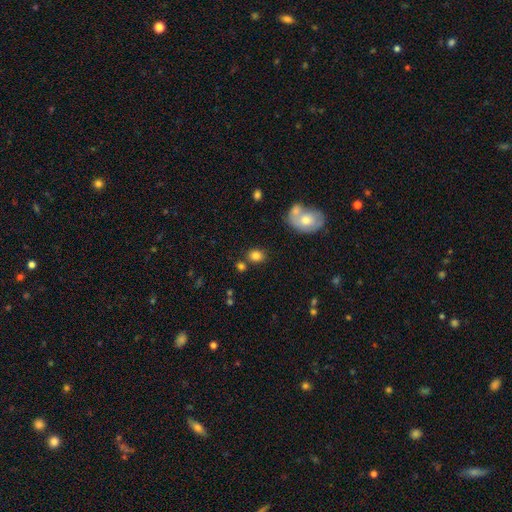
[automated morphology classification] A smooth galaxy with no disk features (81%) that is round (51%). Merging: none (70%).